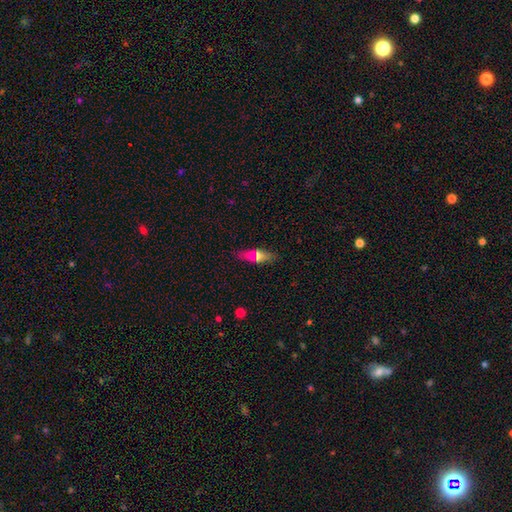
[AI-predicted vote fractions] smooth 66%, featured or disk 23%, star or artifact 11%. Down the decision tree: how rounded — cigar-shaped (50%); merging — none (85%).